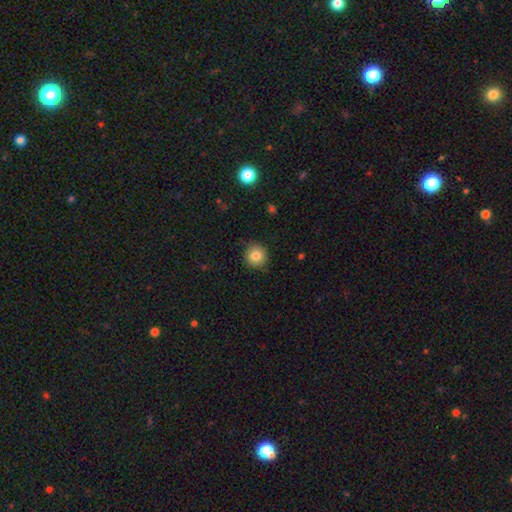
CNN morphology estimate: A smooth galaxy with no disk features (82%) that is round (93%). Merging: none (87%).